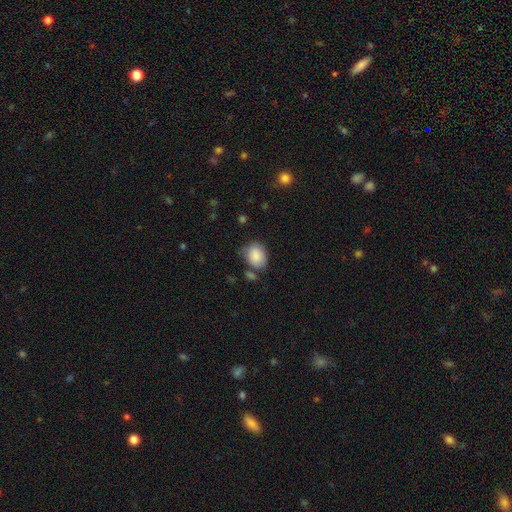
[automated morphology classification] smooth-or-featured: smooth: 86% | star or artifact: 7% | featured or disk: 7%
  how-rounded: in between: 60% | round: 39% | cigar-shaped: 1%
  merging: none: 59% | minor disturbance: 25% | merger: 8% | major disturbance: 7%